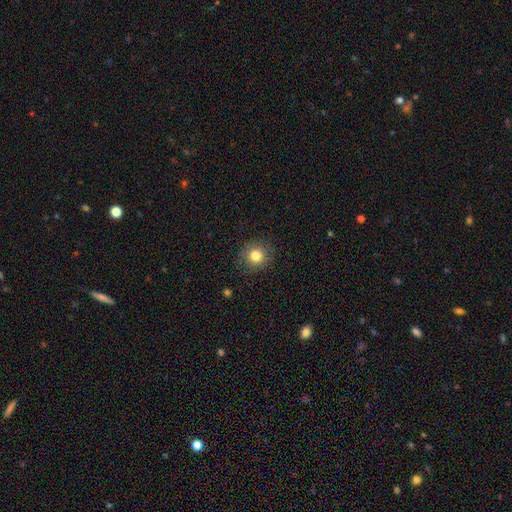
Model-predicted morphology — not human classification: Smooth or featured? Predicted: smooth (p=0.81). How rounded? Predicted: round (p=0.91). Merging? Predicted: none (p=0.88).